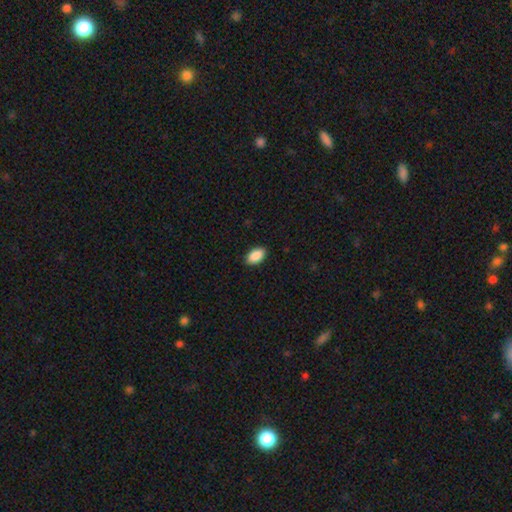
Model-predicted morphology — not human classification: A smooth galaxy with no disk features (90%) that is in between round and cigar-shaped (94%).

Vote fractions:
- Smooth or featured? smooth: 90% / star or artifact: 7% / featured or disk: 3%
- How rounded? in between: 94% / round: 5% / cigar-shaped: 2%
- Merging? none: 89% / minor disturbance: 9% / major disturbance: 2% / merger: 1%